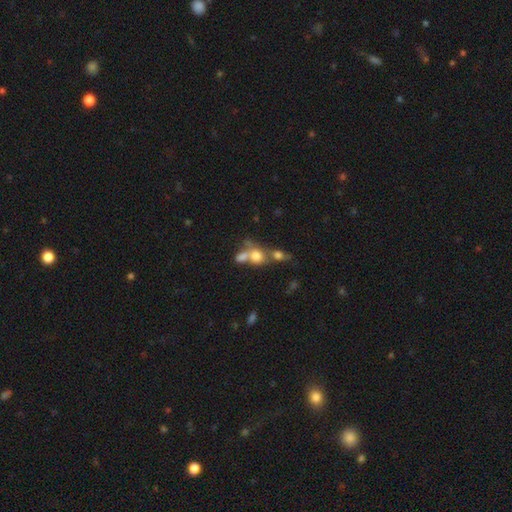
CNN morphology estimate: A smooth galaxy with no disk features (69%) that is round (53%). Merging: merger (58%).